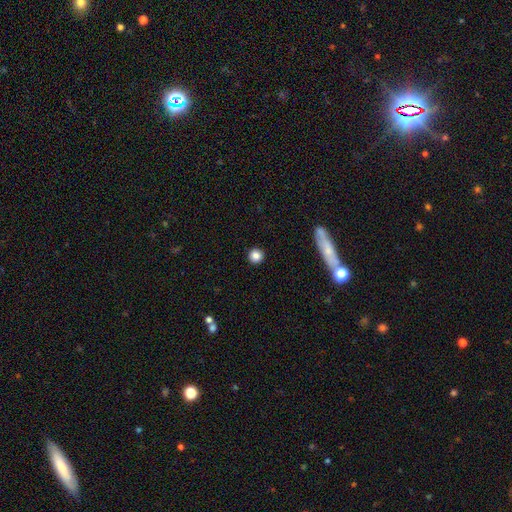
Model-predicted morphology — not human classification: The model was most divided on "smooth or featured": smooth: 85%, star or artifact: 10%, featured or disk: 5%. More confident: how rounded — round (94%); merging — none (91%).